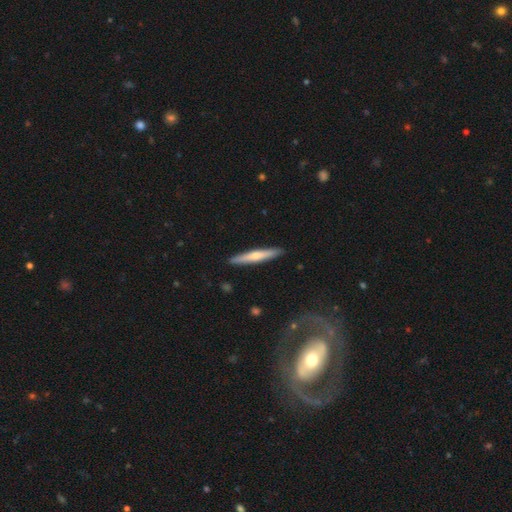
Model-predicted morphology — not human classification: Overall: smooth (55%; featured or disk 40%). How rounded: cigar-shaped (93%). Merging: none (91%).